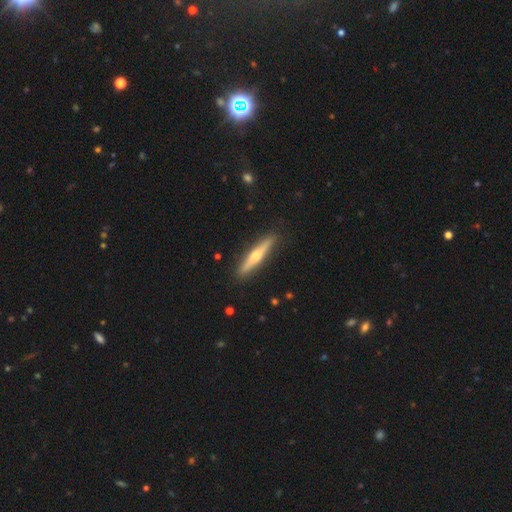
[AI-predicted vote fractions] The model was most divided on "smooth or featured": featured or disk: 56%, smooth: 39%, star or artifact: 5%. More confident: edge-on disk — yes (96%); merging — none (90%); edge-on bulge — rounded (85%).